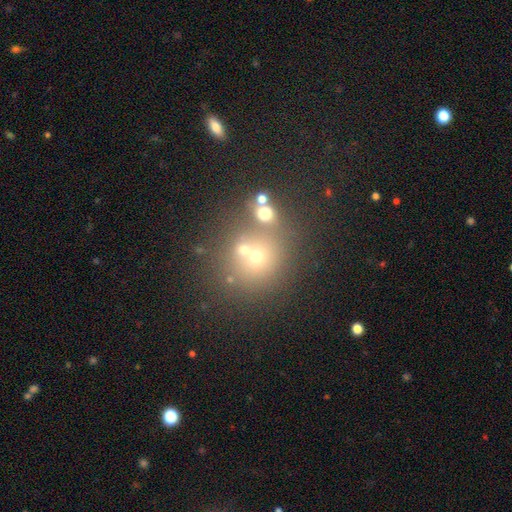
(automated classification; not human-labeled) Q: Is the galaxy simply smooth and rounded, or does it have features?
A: smooth — 47%.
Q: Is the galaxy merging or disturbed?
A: none — 51%.